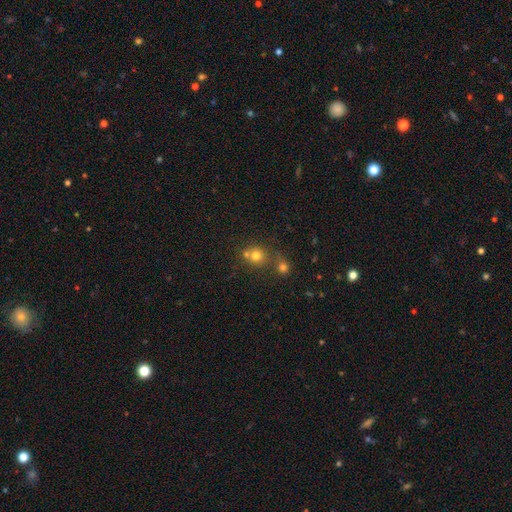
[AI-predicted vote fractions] A smooth galaxy with no disk features (73%) that is round (85%).

Vote fractions:
- Smooth or featured? smooth: 73% / star or artifact: 16% / featured or disk: 11%
- How rounded? round: 85% / in between: 14% / cigar-shaped: 1%
- Merging? none: 51% / merger: 38% / minor disturbance: 8% / major disturbance: 4%